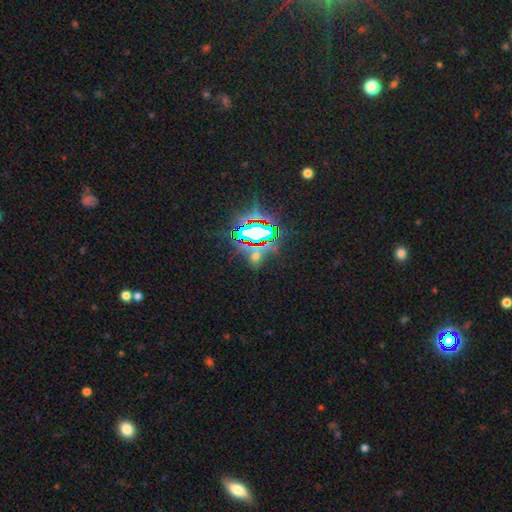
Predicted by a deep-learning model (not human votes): star or artifact 65%, smooth 25%, featured or disk 10%.